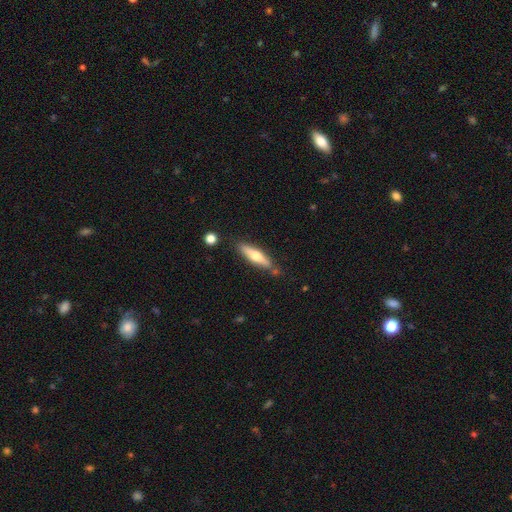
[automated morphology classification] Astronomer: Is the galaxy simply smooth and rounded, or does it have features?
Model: smooth — 50% (runner-up: featured or disk, 45%).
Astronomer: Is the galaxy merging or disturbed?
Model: none — 79%.